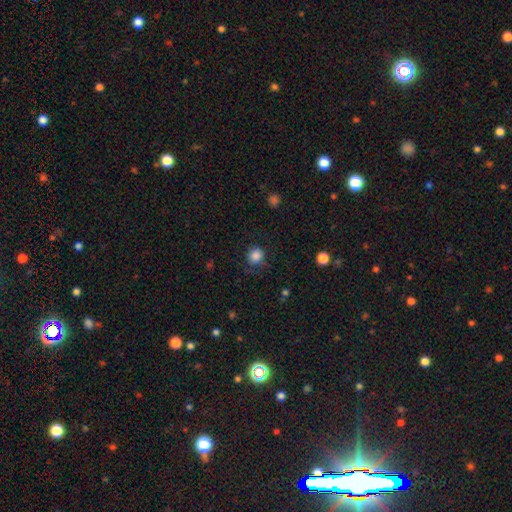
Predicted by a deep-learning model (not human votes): smooth_or_featured: smooth (p=0.85) [alt: star or artifact p=0.11]
how_rounded: round (p=0.89) [alt: in between p=0.10]
merging: none (p=0.79) [alt: minor disturbance p=0.14]